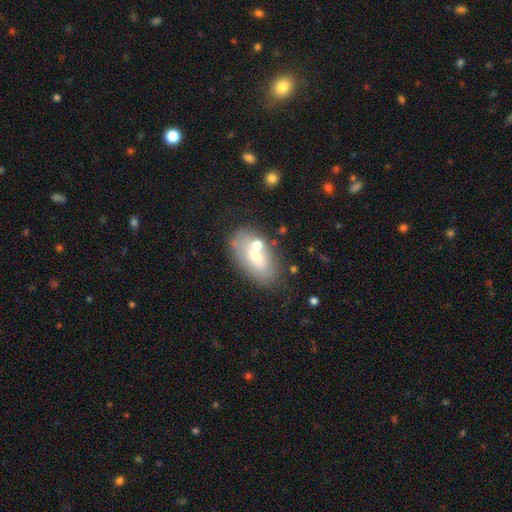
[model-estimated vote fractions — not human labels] Smooth or featured?
  - smooth: 60% *
  - featured or disk: 30%
  - star or artifact: 10%
How rounded?
  - in between: 89% *
  - round: 8%
  - cigar-shaped: 3%
Merging?
  - none: 58% *
  - merger: 19%
  - minor disturbance: 17%
  - major disturbance: 7%